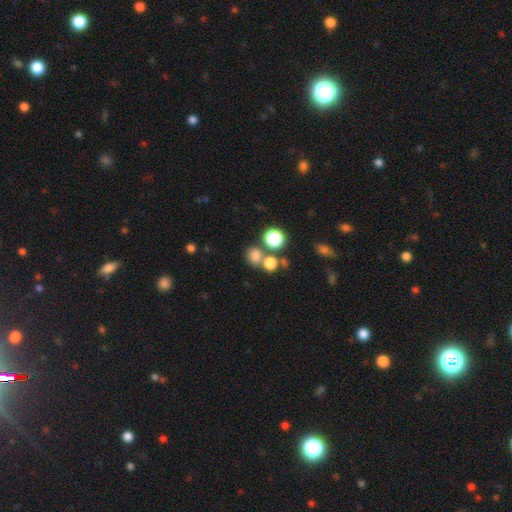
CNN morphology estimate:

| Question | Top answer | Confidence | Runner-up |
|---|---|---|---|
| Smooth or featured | smooth | 72% | star or artifact (19%) |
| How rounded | round | 66% | in between (33%) |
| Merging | none | 52% | merger (33%) |